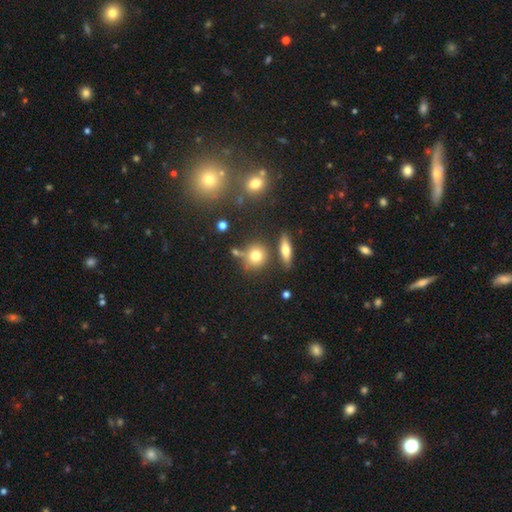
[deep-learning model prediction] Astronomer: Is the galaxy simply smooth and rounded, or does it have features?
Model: smooth — 74%.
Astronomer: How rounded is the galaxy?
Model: round — 79%.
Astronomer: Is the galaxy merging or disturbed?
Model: none — 67%.